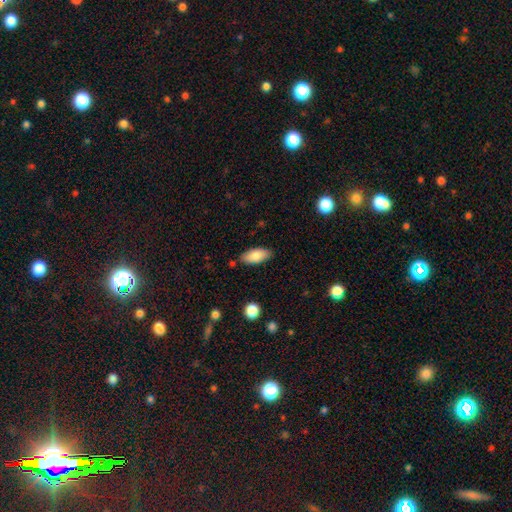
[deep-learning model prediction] This is clearly a smooth galaxy (87%). How rounded: clearly in between (87%). Merging: clearly none (82%).